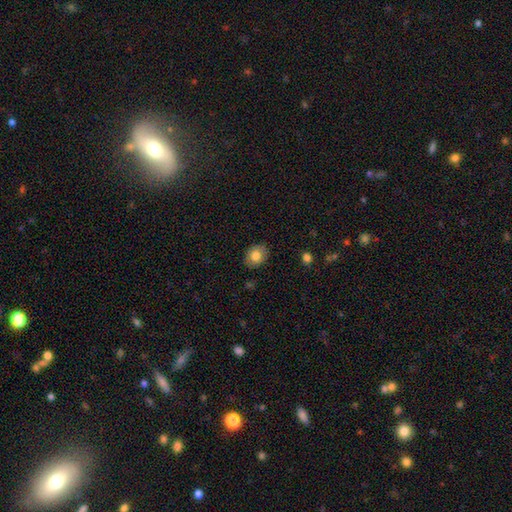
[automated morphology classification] A smooth galaxy with no disk features (79%) that is in between round and cigar-shaped (56%). Merging: none (87%).